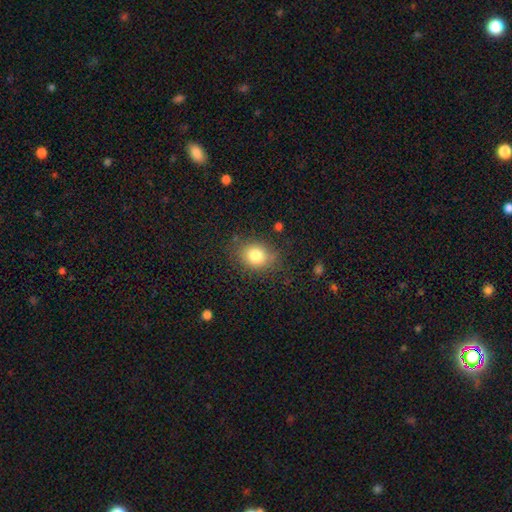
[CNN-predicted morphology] smooth-or-featured: smooth: 80% | star or artifact: 11% | featured or disk: 10%
  how-rounded: in between: 52% | round: 47% | cigar-shaped: 1%
  merging: none: 78% | minor disturbance: 15% | major disturbance: 5% | merger: 2%